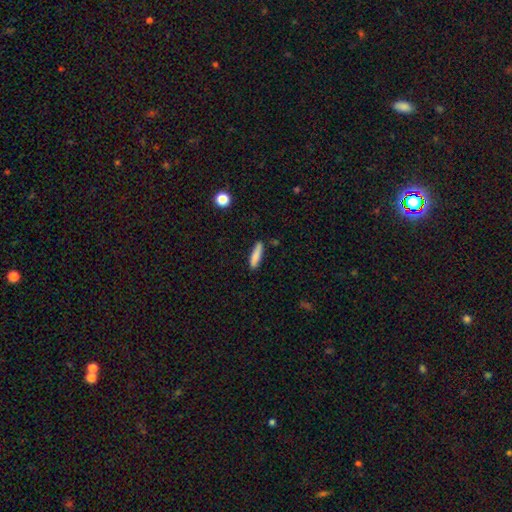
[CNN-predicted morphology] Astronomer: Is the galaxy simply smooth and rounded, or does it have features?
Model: smooth — 84%.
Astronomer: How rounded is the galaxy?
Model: cigar-shaped — 79%.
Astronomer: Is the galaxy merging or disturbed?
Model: none — 83%.